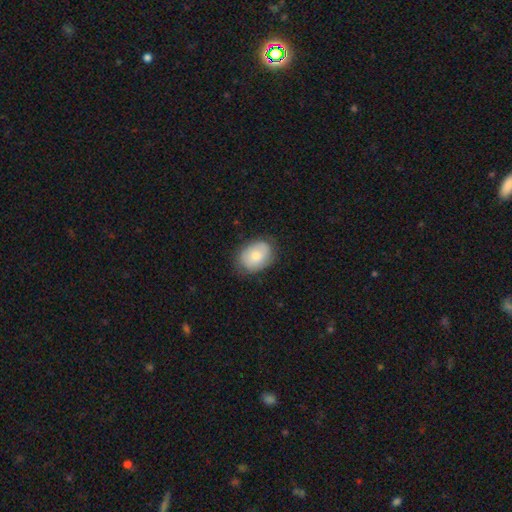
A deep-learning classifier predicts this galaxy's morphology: smooth_or_featured: smooth (p=0.73) [alt: featured or disk p=0.20]
how_rounded: in between (p=0.66) [alt: round p=0.33]
merging: none (p=0.76) [alt: minor disturbance p=0.19]